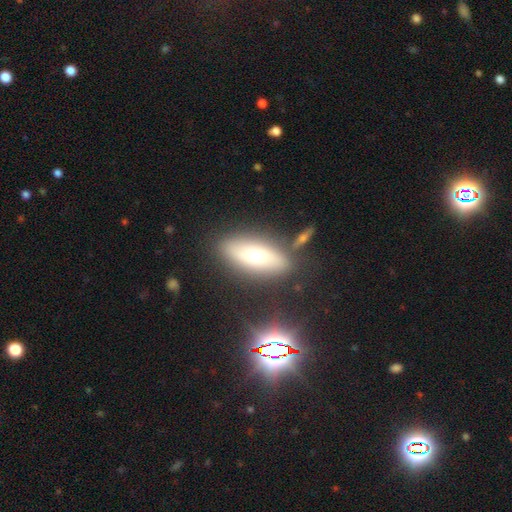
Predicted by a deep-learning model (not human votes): Smooth or featured? Predicted: smooth (p=0.59). How rounded? Predicted: in between (p=0.74). Merging? Predicted: none (p=0.79).